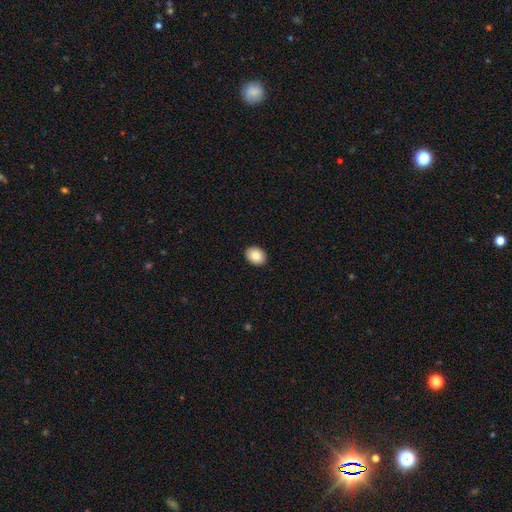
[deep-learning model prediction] Smooth or featured?
  - smooth: 87% *
  - star or artifact: 7%
  - featured or disk: 5%
How rounded?
  - in between: 66% *
  - round: 33%
  - cigar-shaped: 1%
Merging?
  - none: 91% *
  - minor disturbance: 6%
  - major disturbance: 2%
  - merger: 1%